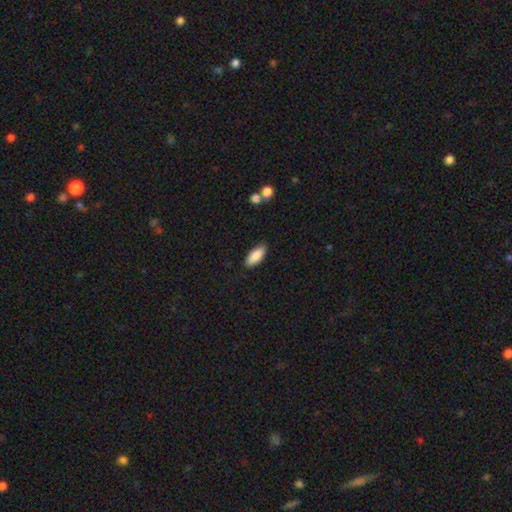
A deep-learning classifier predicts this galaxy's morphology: Smooth or featured?
  - smooth: 87% *
  - featured or disk: 7%
  - star or artifact: 6%
How rounded?
  - in between: 83% *
  - cigar-shaped: 15%
  - round: 2%
Merging?
  - none: 85% *
  - minor disturbance: 11%
  - major disturbance: 2%
  - merger: 2%